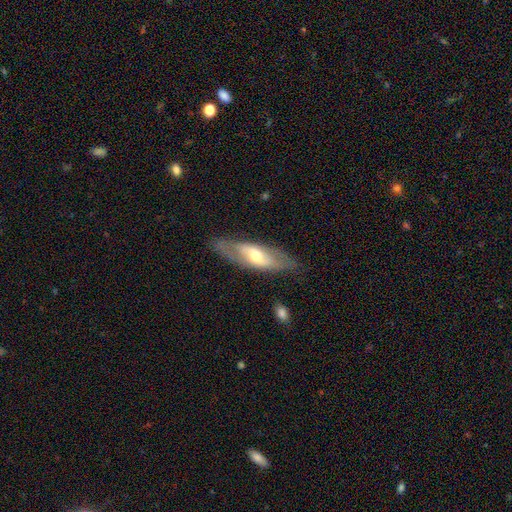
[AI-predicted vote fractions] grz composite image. It shows a featured or disk galaxy (62%). Merging: none (79%).